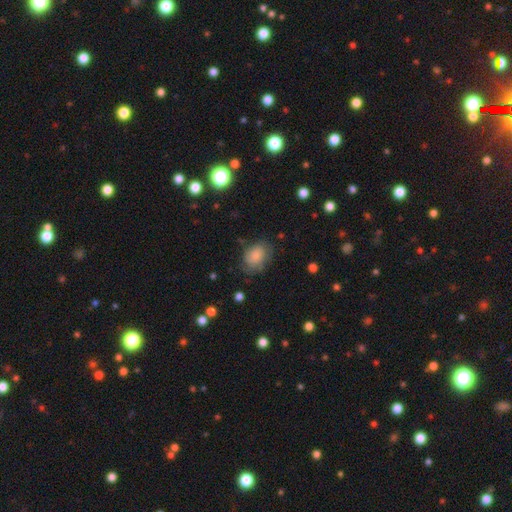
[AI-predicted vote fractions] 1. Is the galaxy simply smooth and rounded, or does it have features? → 70% smooth, 20% featured or disk, 9% star or artifact.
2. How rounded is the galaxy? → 71% in between, 28% round, 1% cigar-shaped.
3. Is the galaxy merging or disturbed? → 64% none, 25% minor disturbance, 10% major disturbance, 2% merger.